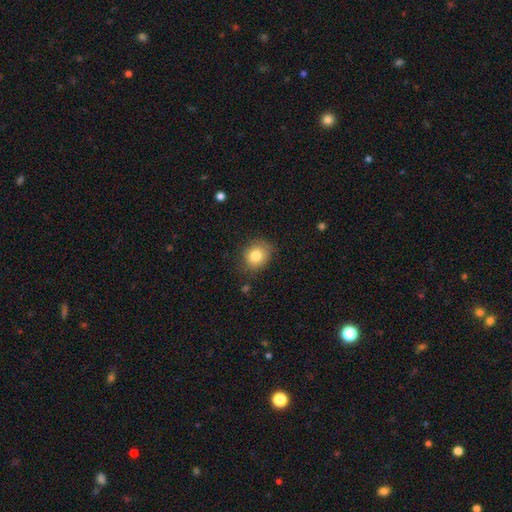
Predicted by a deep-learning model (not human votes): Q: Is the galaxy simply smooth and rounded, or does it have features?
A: smooth — 81%.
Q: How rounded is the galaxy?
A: round — 69%.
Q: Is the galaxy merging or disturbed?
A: none — 75%.